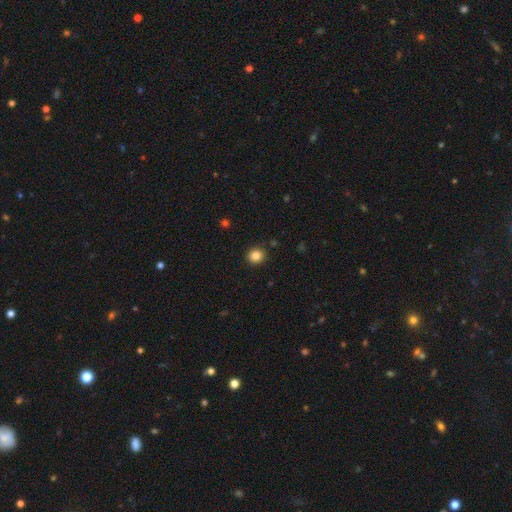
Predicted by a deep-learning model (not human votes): This appears to be a smooth galaxy with no disk features (85%) that is round (87%). Merging: none (90%).